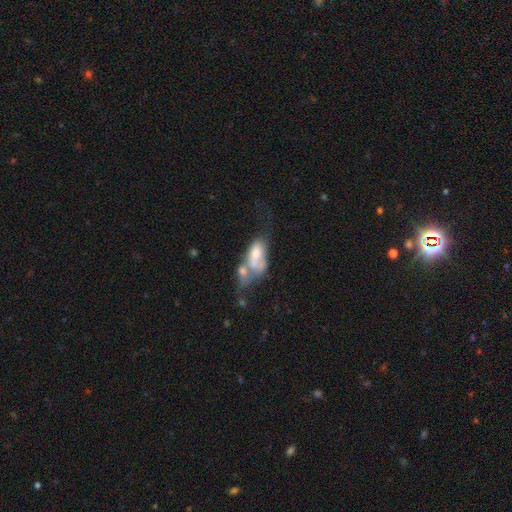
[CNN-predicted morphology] smooth_or_featured: smooth (p=0.55) [alt: featured or disk p=0.36]
how_rounded: in between (p=0.87) [alt: round p=0.07]
merging: merger (p=0.59) [alt: major disturbance p=0.19]